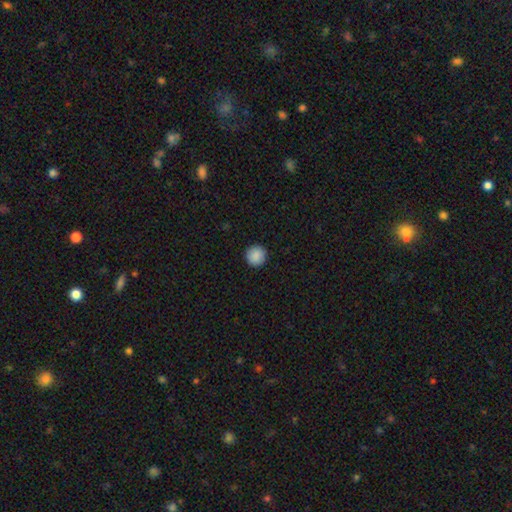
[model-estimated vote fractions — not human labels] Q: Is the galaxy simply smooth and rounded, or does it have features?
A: smooth — 89%.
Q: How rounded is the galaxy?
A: round — 95%.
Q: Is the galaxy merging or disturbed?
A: none — 93%.